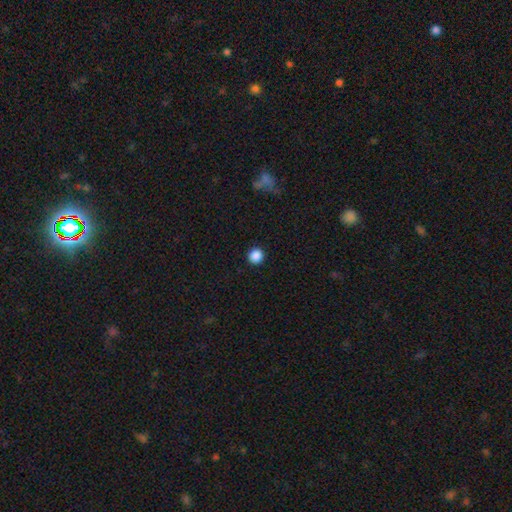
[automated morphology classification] A smooth galaxy with no disk features (87%) that is round (95%).

Vote fractions:
- Smooth or featured? smooth: 87% / star or artifact: 10% / featured or disk: 3%
- How rounded? round: 95% / in between: 4% / cigar-shaped: 1%
- Merging? none: 93% / minor disturbance: 5% / major disturbance: 2% / merger: 1%